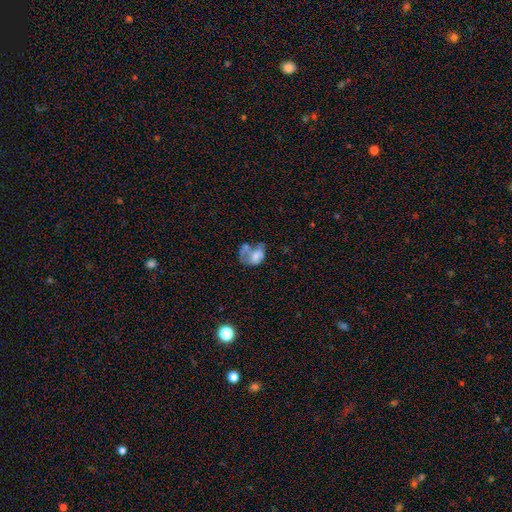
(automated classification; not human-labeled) smooth 55%, featured or disk 35%, star or artifact 10%. Down the decision tree: how rounded — in between (75%); merging — merger (36%).